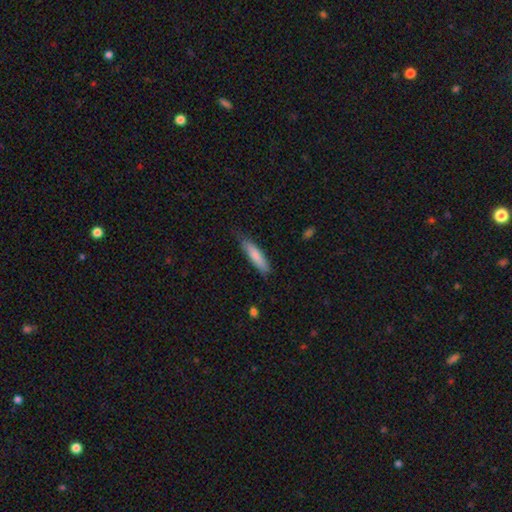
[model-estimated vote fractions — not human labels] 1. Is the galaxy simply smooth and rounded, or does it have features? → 78% smooth, 16% featured or disk, 6% star or artifact.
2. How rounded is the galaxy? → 72% cigar-shaped, 26% in between, 1% round.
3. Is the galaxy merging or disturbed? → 76% none, 20% minor disturbance, 3% major disturbance, 1% merger.